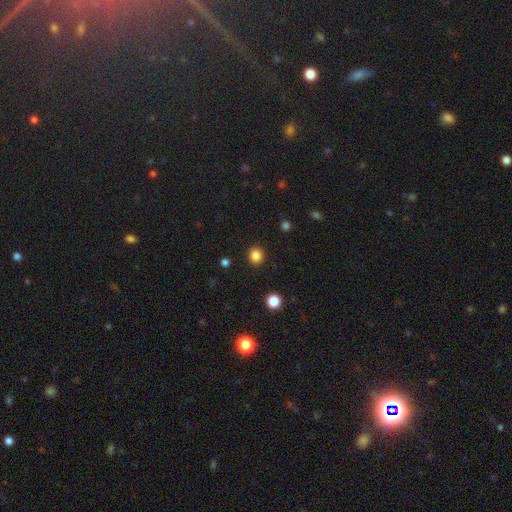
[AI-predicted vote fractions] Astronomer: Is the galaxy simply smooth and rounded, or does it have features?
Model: smooth — 85%.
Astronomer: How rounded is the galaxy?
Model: round — 88%.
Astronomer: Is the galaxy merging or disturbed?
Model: none — 91%.